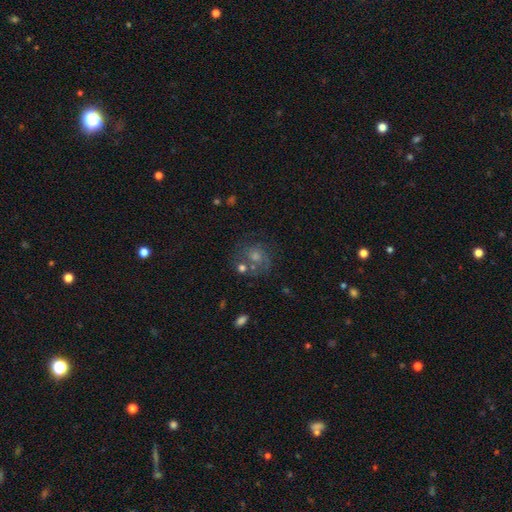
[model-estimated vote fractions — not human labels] The model was most divided on "smooth or featured": featured or disk: 40%, smooth: 35%, star or artifact: 25%. More confident: merging — none (59%).